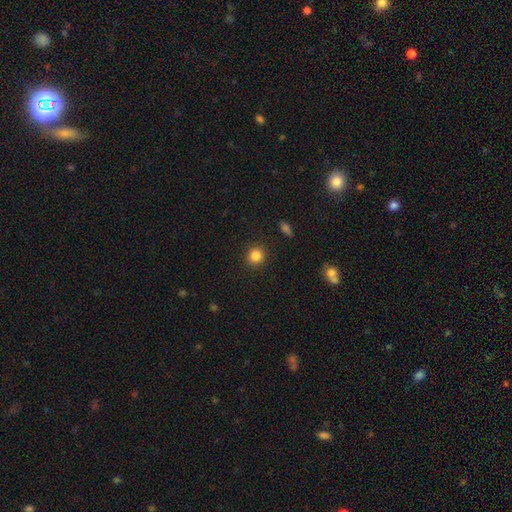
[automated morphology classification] smooth_or_featured: smooth (p=0.84) [alt: star or artifact p=0.11]
how_rounded: round (p=0.90) [alt: in between p=0.09]
merging: none (p=0.91) [alt: minor disturbance p=0.06]